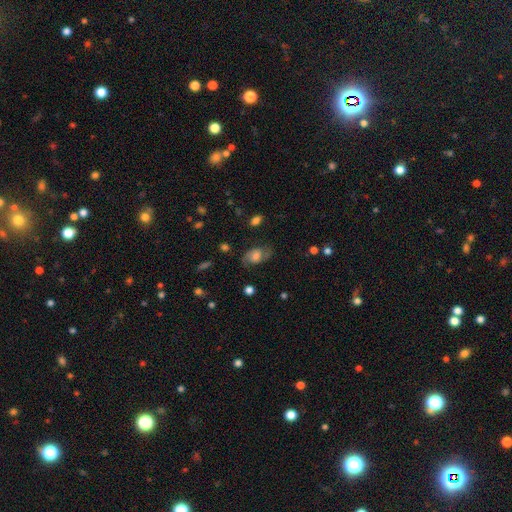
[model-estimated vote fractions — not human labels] This is possibly a featured or disk galaxy (57%). It is clearly not viewed edge-on (95%). Bar: likely no (64%). Spiral arm pattern: clearly yes (86%). Central bulge: possibly moderate (45%). Merging: likely none (69%).